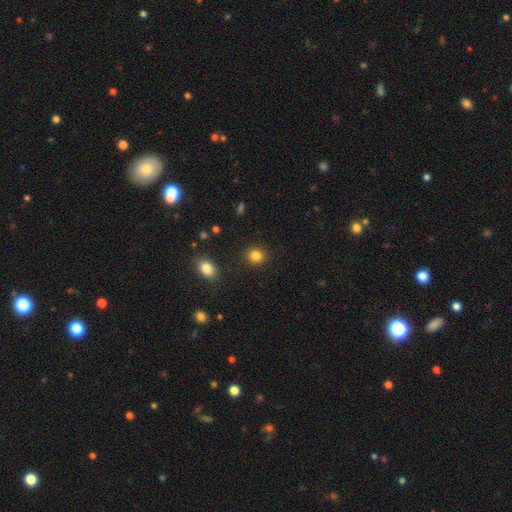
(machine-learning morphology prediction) This appears to be a smooth galaxy with no disk features (85%) that is round (84%). Merging: none (91%).